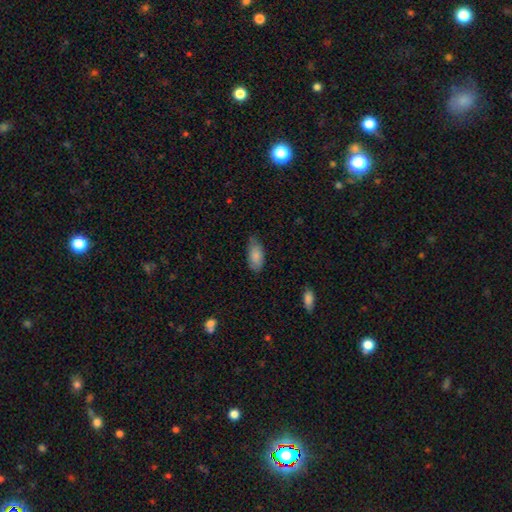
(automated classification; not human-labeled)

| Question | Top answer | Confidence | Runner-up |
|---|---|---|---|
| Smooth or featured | smooth | 84% | featured or disk (9%) |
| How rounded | in between | 91% | cigar-shaped (7%) |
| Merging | none | 68% | minor disturbance (26%) |